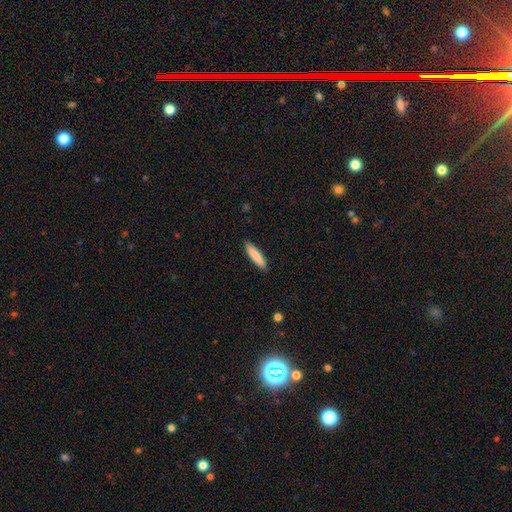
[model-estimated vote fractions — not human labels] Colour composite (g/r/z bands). It shows a smooth galaxy with no disk features (85%) that is cigar-shaped (81%). Merging: none (90%).